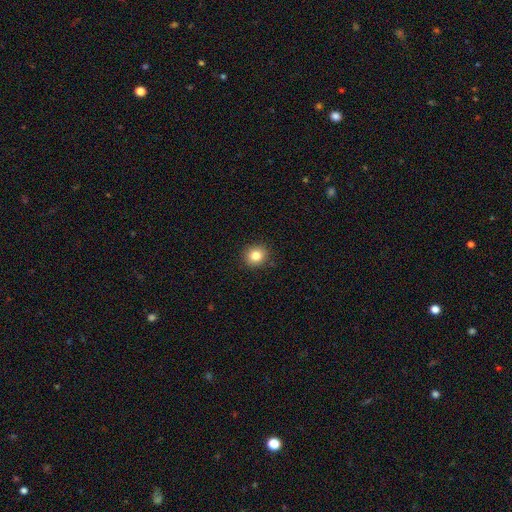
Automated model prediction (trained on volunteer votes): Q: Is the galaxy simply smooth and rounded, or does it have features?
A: smooth — 83%.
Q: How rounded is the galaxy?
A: round — 84%.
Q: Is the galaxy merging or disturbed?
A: none — 91%.